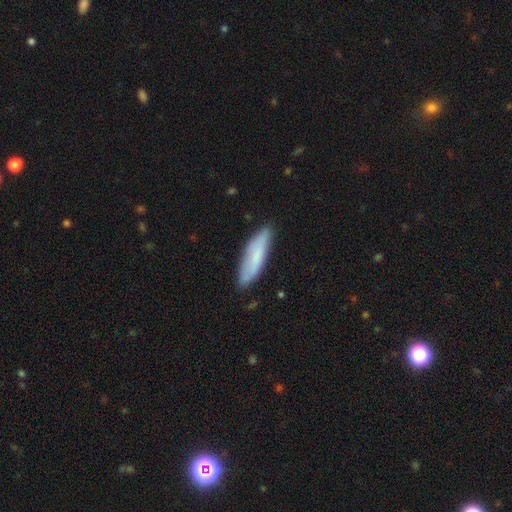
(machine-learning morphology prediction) smooth_or_featured: smooth (p=0.73) [alt: featured or disk p=0.20]
how_rounded: cigar-shaped (p=0.64) [alt: in between p=0.35]
merging: none (p=0.80) [alt: minor disturbance p=0.15]